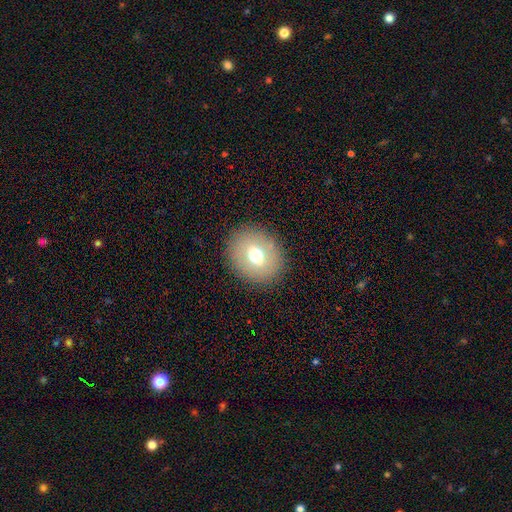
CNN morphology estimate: smooth-or-featured: smooth: 65% | featured or disk: 23% | star or artifact: 12%
  how-rounded: round: 64% | in between: 35% | cigar-shaped: 1%
  merging: none: 86% | minor disturbance: 8% | major disturbance: 4% | merger: 1%